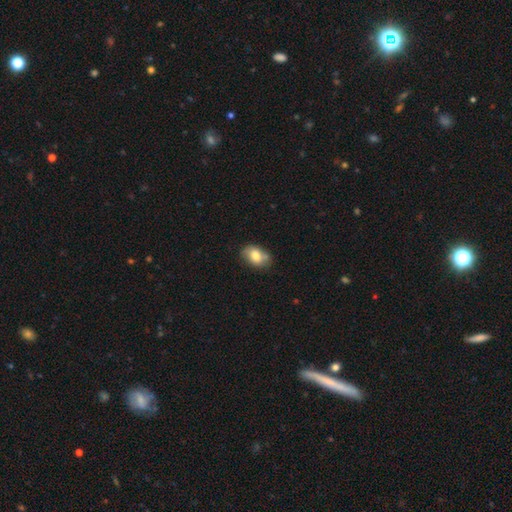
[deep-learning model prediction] smooth-or-featured: smooth: 75% | featured or disk: 17% | star or artifact: 8%
  how-rounded: in between: 81% | round: 18% | cigar-shaped: 1%
  merging: none: 60% | minor disturbance: 25% | merger: 9% | major disturbance: 5%